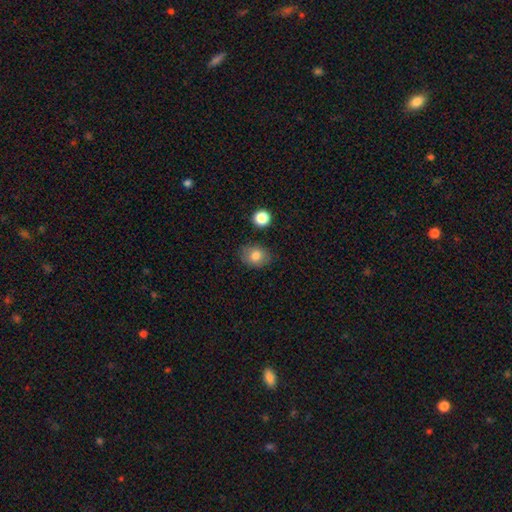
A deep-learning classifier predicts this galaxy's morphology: A smooth galaxy with no disk features (81%) that is in between round and cigar-shaped (56%).

Vote fractions:
- Smooth or featured? smooth: 81% / featured or disk: 10% / star or artifact: 9%
- How rounded? in between: 56% / round: 43% / cigar-shaped: 1%
- Merging? none: 79% / minor disturbance: 14% / major disturbance: 4% / merger: 3%